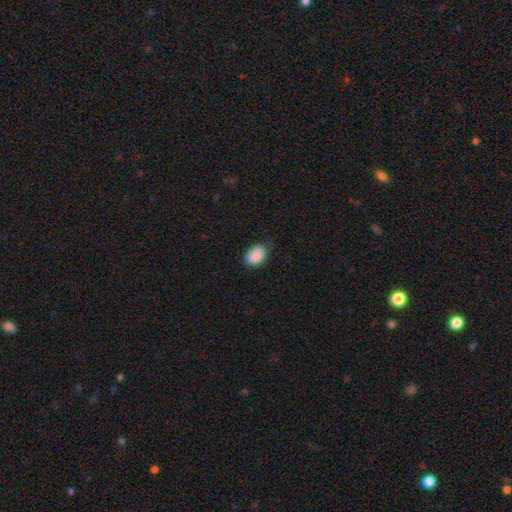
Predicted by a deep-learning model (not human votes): Q: Smooth or featured?
A: smooth (89%); runner-up: star or artifact (7%)
Q: How rounded?
A: in between (80%); runner-up: round (19%)
Q: Merging?
A: none (74%); runner-up: minor disturbance (22%)